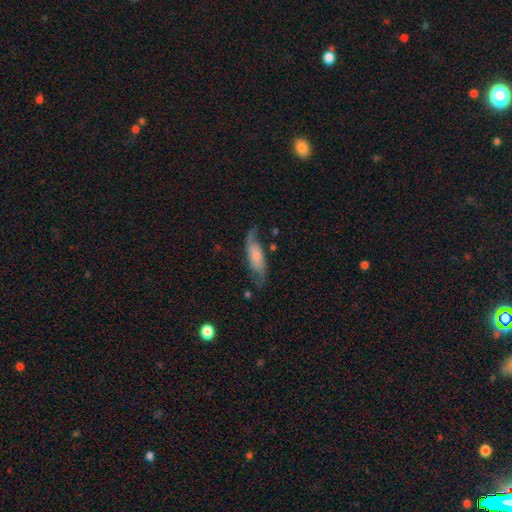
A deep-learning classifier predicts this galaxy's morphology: Q: Smooth or featured?
A: featured or disk (66%); runner-up: smooth (28%)
Q: Edge-on disk?
A: no (86%); runner-up: yes (14%)
Q: Bar?
A: no (63%); runner-up: weak (28%)
Q: Spiral arms?
A: yes (91%); runner-up: no (9%)
Q: Spiral winding?
A: loose (65%); runner-up: medium (26%)
Q: Spiral arm count?
A: 2 (87%); runner-up: can't tell (6%)
Q: Bulge size?
A: small (41%); runner-up: moderate (30%)
Q: Merging?
A: none (62%); runner-up: minor disturbance (22%)